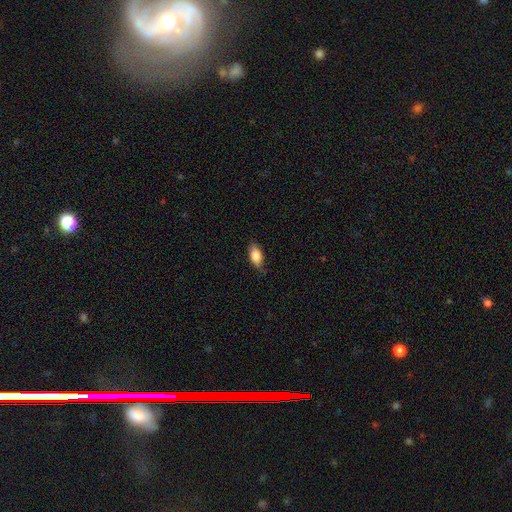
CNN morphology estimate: Overall: smooth (85%). How rounded: in between (89%). Merging: none (76%).